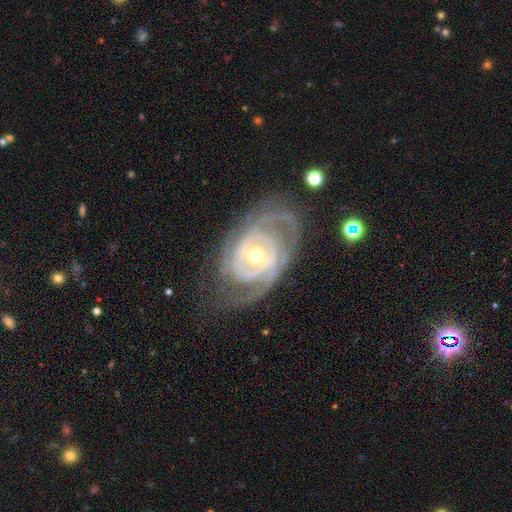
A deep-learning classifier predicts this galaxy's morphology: A featured or disk galaxy (90%) with no bar (58%), 2 (33%) tight (71%) spiral arms (96%) and a moderate central bulge (58%).

Vote fractions:
- Smooth or featured? featured or disk: 90% / star or artifact: 5% / smooth: 5%
- Edge-on disk? no: 96% / yes: 4%
- Bar? no: 58% / weak: 29% / strong: 13%
- Spiral arms? yes: 96% / no: 4%
- Spiral winding? tight: 71% / medium: 24% / loose: 5%
- Spiral arm count? 2: 33% / 3: 27% / can't tell: 22% / 4: 9% / 1: 5% / more than 4: 5%
- Bulge size? moderate: 58% / small: 38% / large: 3% / none: 1% / dominant: 1%
- Merging? none: 68% / minor disturbance: 19% / major disturbance: 11% / merger: 2%